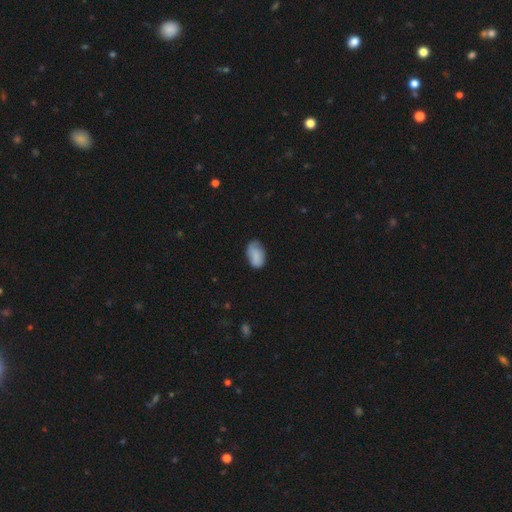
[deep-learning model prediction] This is likely a smooth galaxy (76%). How rounded: clearly in between (91%). Merging: likely none (64%).